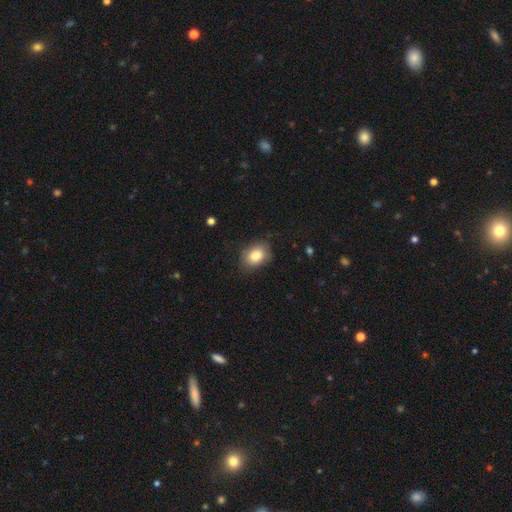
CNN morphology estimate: A smooth galaxy with no disk features (83%) that is in between round and cigar-shaped (66%). Merging: none (77%).